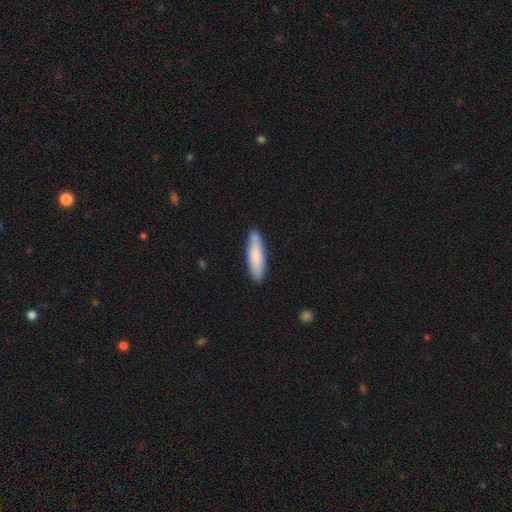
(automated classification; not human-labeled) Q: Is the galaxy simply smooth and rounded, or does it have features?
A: smooth — 80%.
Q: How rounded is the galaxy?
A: cigar-shaped — 71%.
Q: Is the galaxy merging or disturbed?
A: none — 85%.